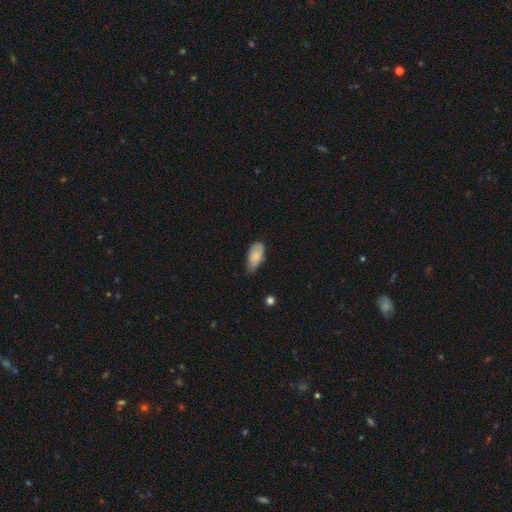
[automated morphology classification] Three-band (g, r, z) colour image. It shows a smooth galaxy with no disk features (81%) that is in between round and cigar-shaped (91%). Merging: none (45%).